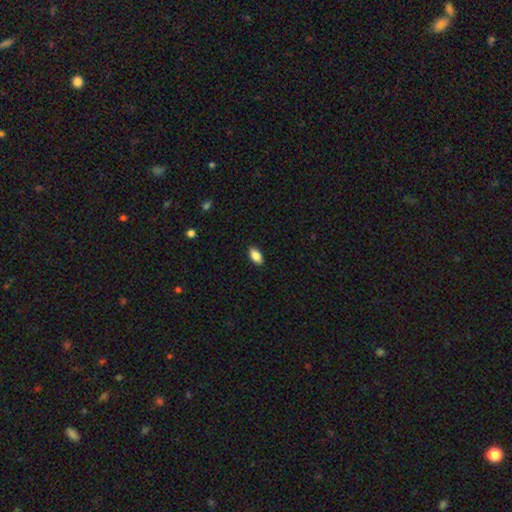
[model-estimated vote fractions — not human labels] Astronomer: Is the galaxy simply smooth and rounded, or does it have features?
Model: smooth — 86%.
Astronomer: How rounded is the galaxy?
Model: in between — 91%.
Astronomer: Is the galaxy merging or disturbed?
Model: none — 89%.